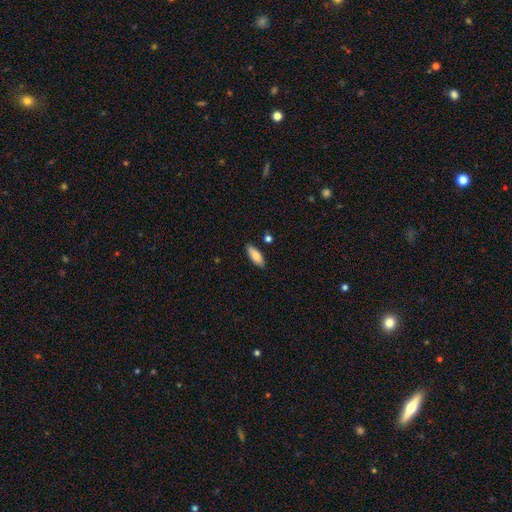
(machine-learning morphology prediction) Smooth or featured: smooth — 81% (featured or disk — 12%)
How rounded: in between — 66% (cigar-shaped — 32%)
Merging: none — 84% (minor disturbance — 11%)